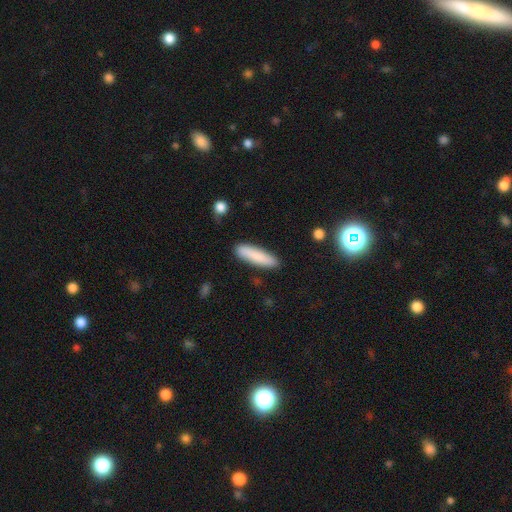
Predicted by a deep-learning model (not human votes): smooth 84%, featured or disk 10%, star or artifact 6%. Down the decision tree: how rounded — cigar-shaped (80%); merging — none (87%).